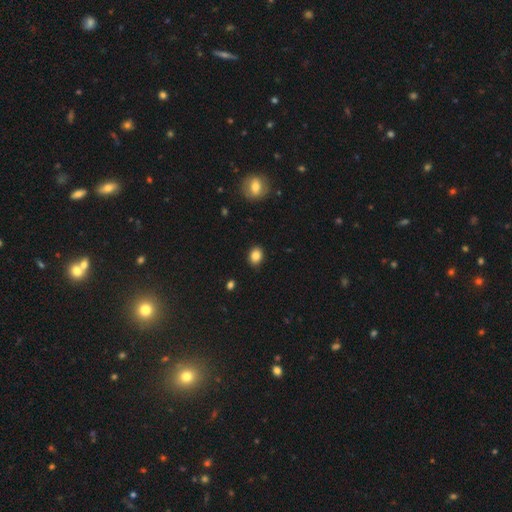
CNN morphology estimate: Smooth or featured? smooth (85%)
How rounded? in between (54%)
Merging? none (88%)